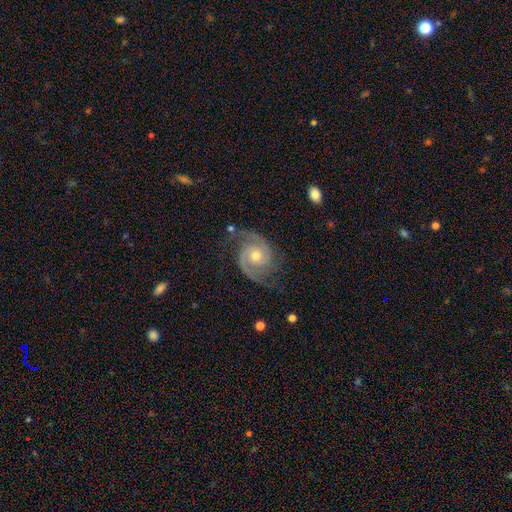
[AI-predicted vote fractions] Overall: featured or disk (91%). Edge-on disk: no (98%). Bar: no (73%). Spiral arms: yes (98%). Spiral arm count: 2 (88%). Spiral winding: medium (48%; tight 40%). Bulge size: moderate (63%; small 32%). Merging: none (74%).